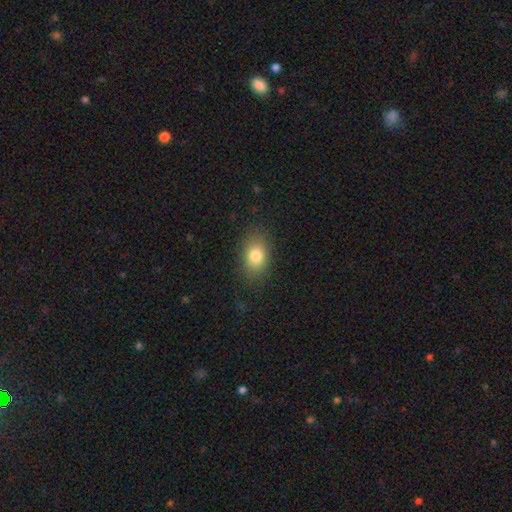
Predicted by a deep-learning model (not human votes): smooth-or-featured: smooth: 81% | featured or disk: 10% | star or artifact: 9%
  how-rounded: in between: 80% | round: 18% | cigar-shaped: 2%
  merging: none: 84% | minor disturbance: 11% | major disturbance: 4% | merger: 1%